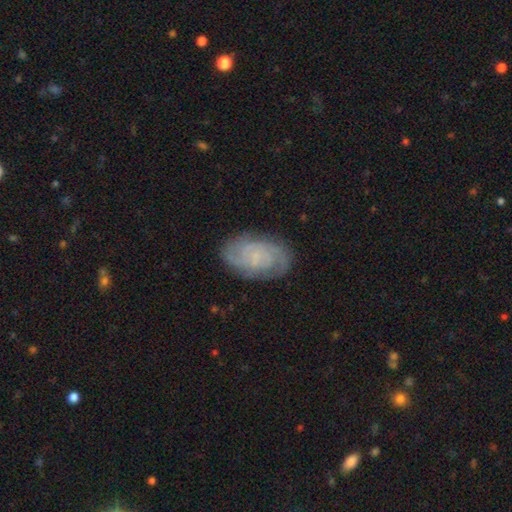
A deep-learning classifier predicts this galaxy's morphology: This is likely a featured or disk galaxy (76%). It is clearly not viewed edge-on (97%). Bar: likely no (64%). Spiral arm pattern: clearly yes (96%). Spiral arm count: marginally 2 (40%). Spiral winding: likely tight (62%). Central bulge: possibly small (57%). Merging: clearly none (82%).